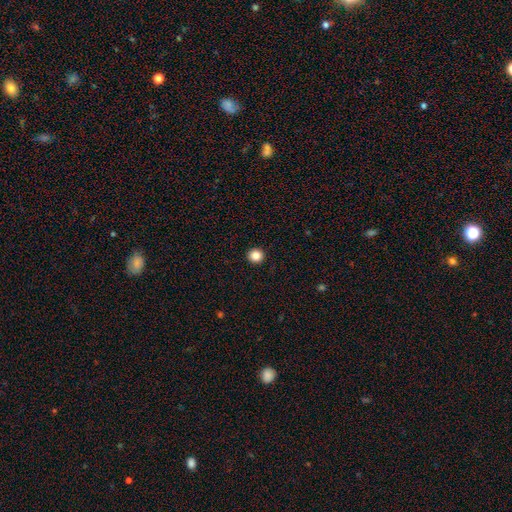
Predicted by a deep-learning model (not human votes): Smooth or featured? Predicted: smooth (p=0.86). How rounded? Predicted: round (p=0.93). Merging? Predicted: none (p=0.94).